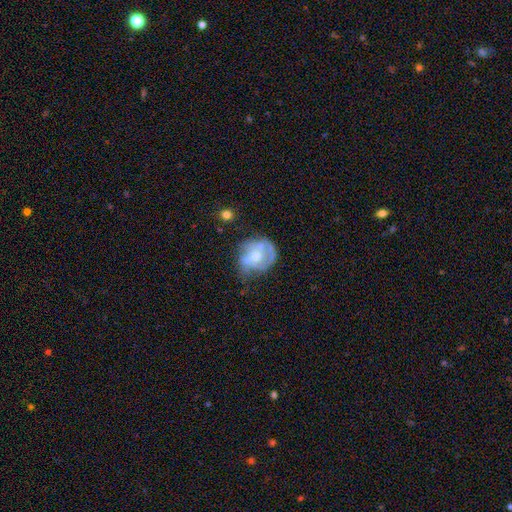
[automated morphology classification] Smooth or featured: featured or disk — 60% (smooth — 32%)
Edge-on disk: no — 98% (yes — 2%)
Bar: no — 83% (weak — 14%)
Spiral arms: no — 55% (yes — 45%)
Bulge size: moderate — 58% (small — 35%)
Merging: none — 38% (minor disturbance — 28%)